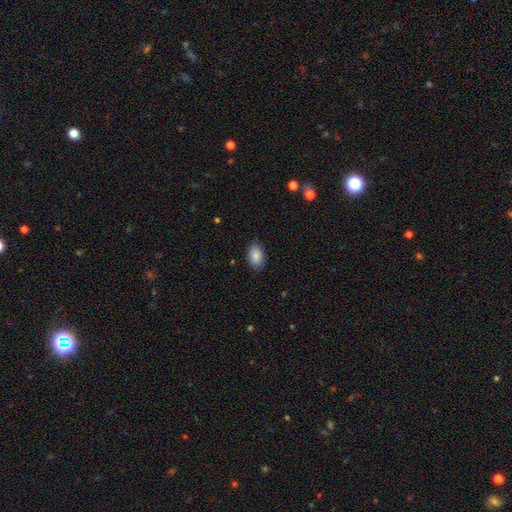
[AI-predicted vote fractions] This is clearly a smooth galaxy (89%). How rounded: clearly in between (89%). Merging: clearly none (83%).